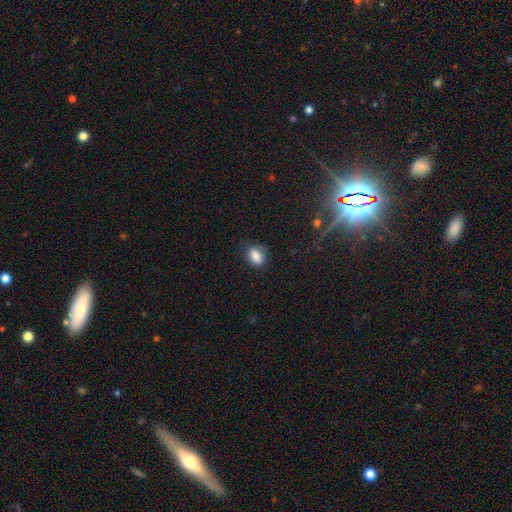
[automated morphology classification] The model was most divided on "how rounded": in between: 71%, round: 28%, cigar-shaped: 2%. More confident: smooth or featured — smooth (82%); merging — none (73%).